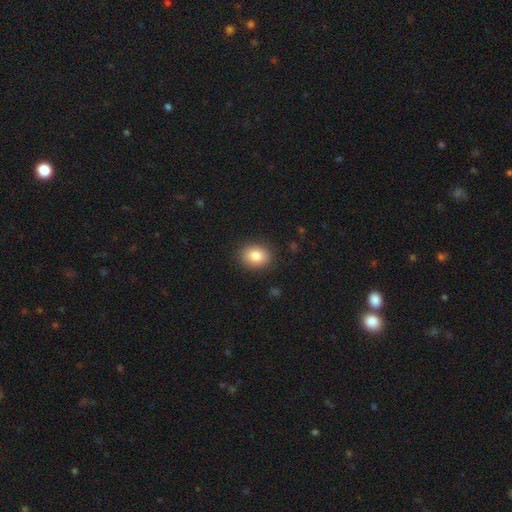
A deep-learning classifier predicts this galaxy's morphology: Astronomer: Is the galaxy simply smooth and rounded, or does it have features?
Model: smooth — 83%.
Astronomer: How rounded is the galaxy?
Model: in between — 52% (runner-up: round, 47%).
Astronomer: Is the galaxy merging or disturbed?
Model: none — 89%.